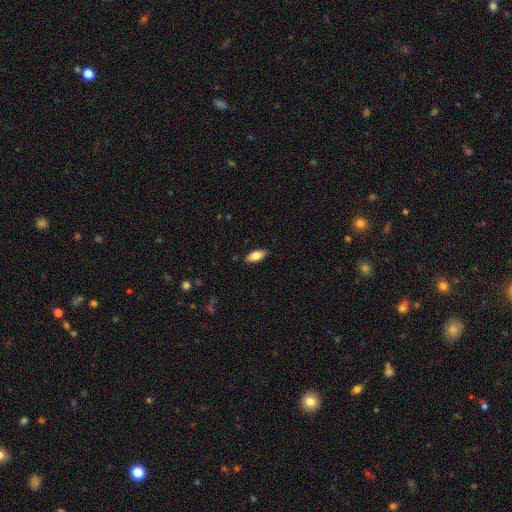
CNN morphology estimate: Smooth or featured? Predicted: smooth (p=0.80). How rounded? Predicted: in between (p=0.87). Merging? Predicted: none (p=0.87).